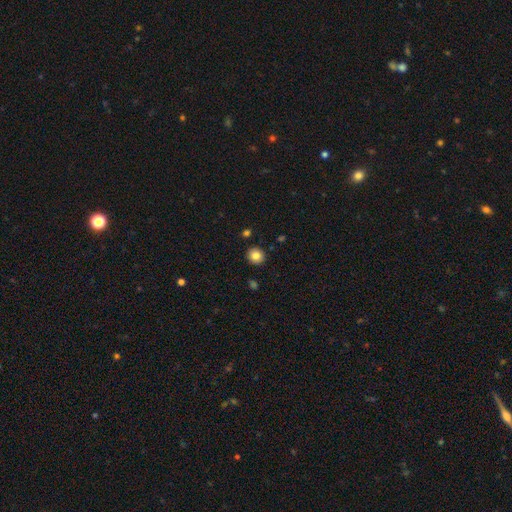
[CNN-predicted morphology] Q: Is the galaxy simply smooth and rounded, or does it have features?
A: smooth — 83%.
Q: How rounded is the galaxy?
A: round — 90%.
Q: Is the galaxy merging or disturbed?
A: none — 91%.